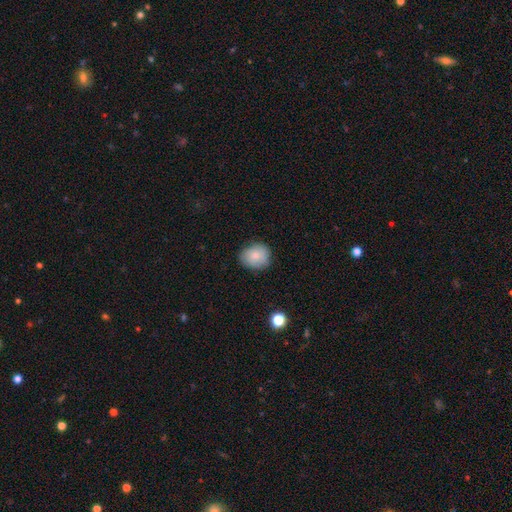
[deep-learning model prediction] Smooth or featured? Predicted: smooth (p=0.83). How rounded? Predicted: round (p=0.67). Merging? Predicted: none (p=0.81).